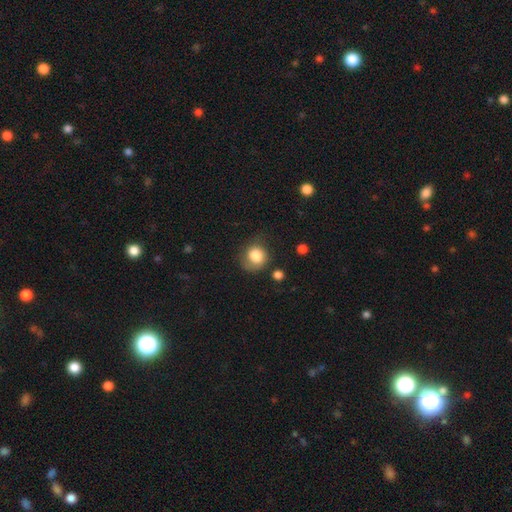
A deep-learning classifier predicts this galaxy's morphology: smooth_or_featured: smooth (p=0.81) [alt: featured or disk p=0.10]
how_rounded: round (p=0.76) [alt: in between p=0.23]
merging: none (p=0.53) [alt: minor disturbance p=0.29]